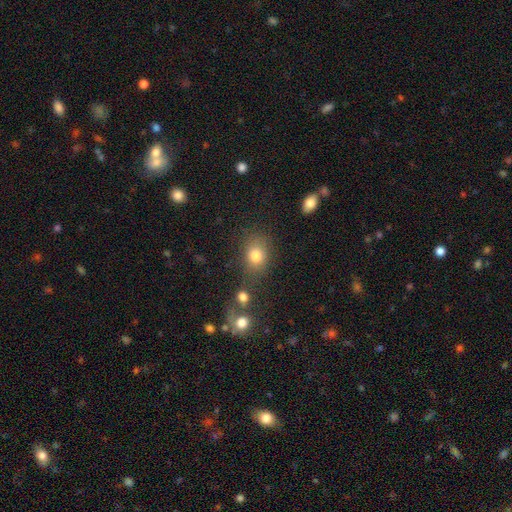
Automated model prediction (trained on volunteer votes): smooth 80%, star or artifact 12%, featured or disk 8%. Down the decision tree: how rounded — in between (52%); merging — none (66%).